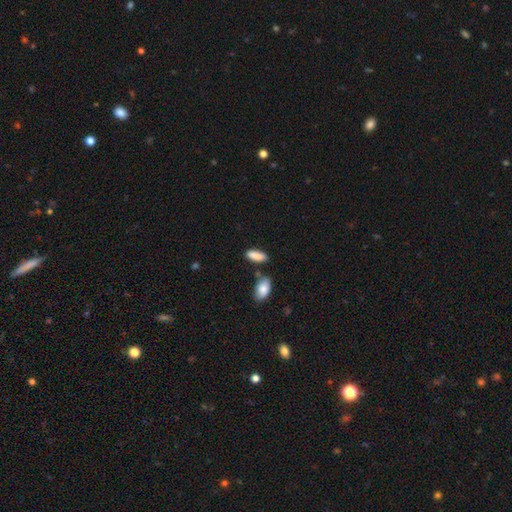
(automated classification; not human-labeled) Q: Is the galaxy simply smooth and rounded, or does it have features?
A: smooth — 88%.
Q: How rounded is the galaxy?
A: in between — 70%.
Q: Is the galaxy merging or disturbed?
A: none — 71%.